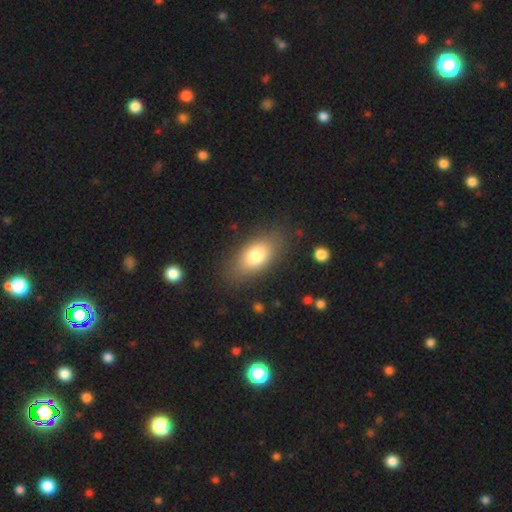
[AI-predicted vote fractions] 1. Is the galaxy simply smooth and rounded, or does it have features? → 76% smooth, 16% featured or disk, 8% star or artifact.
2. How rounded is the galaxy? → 87% in between, 7% round, 5% cigar-shaped.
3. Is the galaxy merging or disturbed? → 82% none, 12% minor disturbance, 5% major disturbance, 2% merger.